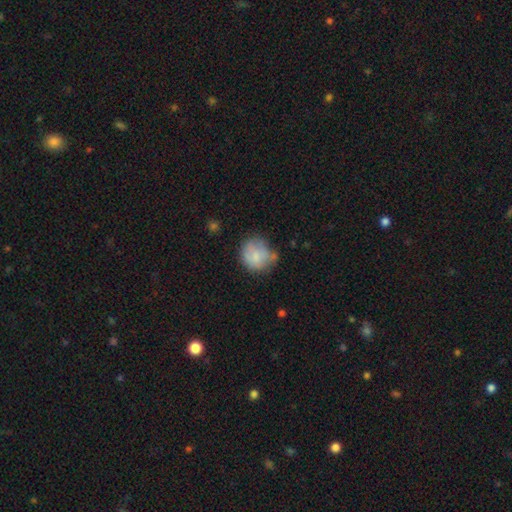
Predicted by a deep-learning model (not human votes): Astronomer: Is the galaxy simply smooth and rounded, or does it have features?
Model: smooth — 71%.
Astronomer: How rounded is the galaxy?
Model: round — 82%.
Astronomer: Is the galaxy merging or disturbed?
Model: none — 49% (runner-up: minor disturbance, 31%).